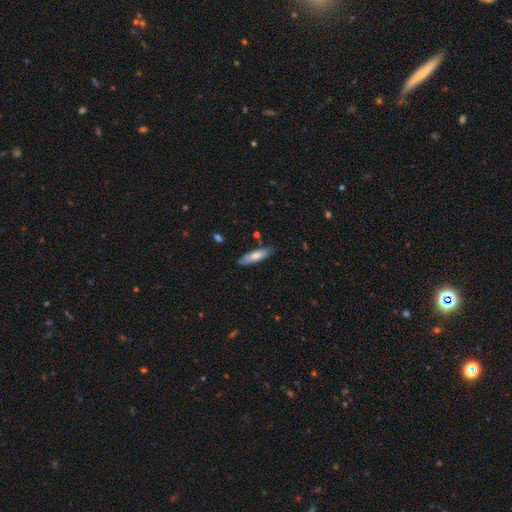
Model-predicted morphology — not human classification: smooth_or_featured: smooth (p=0.70) [alt: featured or disk p=0.24]
how_rounded: cigar-shaped (p=0.65) [alt: in between p=0.34]
merging: none (p=0.80) [alt: minor disturbance p=0.14]